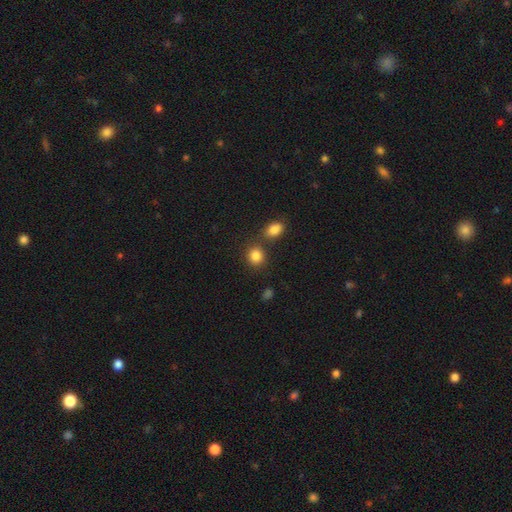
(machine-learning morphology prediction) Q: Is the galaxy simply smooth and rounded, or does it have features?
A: smooth — 85%.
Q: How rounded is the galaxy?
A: round — 77%.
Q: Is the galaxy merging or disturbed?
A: none — 69%.